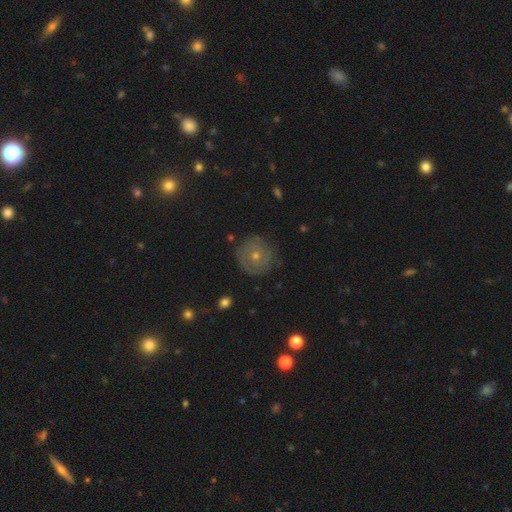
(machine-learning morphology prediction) This appears to be a featured or disk galaxy (47%). Merging: none (84%).